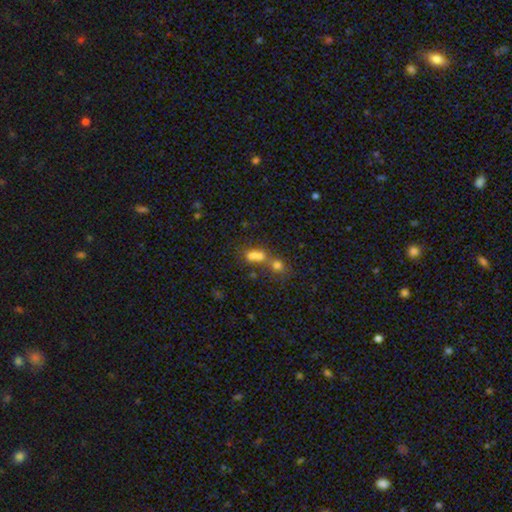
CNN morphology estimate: Smooth or featured? smooth (60%)
How rounded? in between (47%, tied with round)
Merging? merger (58%)